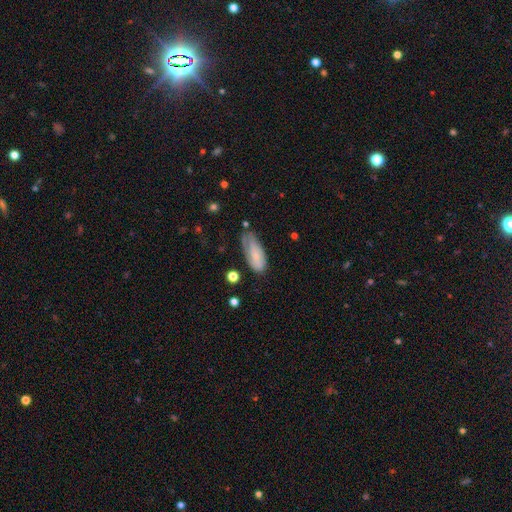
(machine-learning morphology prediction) A smooth galaxy with no disk features (67%) that is in between round and cigar-shaped (78%).

Vote fractions:
- Smooth or featured? smooth: 67% / featured or disk: 26% / star or artifact: 7%
- How rounded? in between: 78% / cigar-shaped: 20% / round: 2%
- Merging? none: 52% / minor disturbance: 33% / major disturbance: 11% / merger: 3%